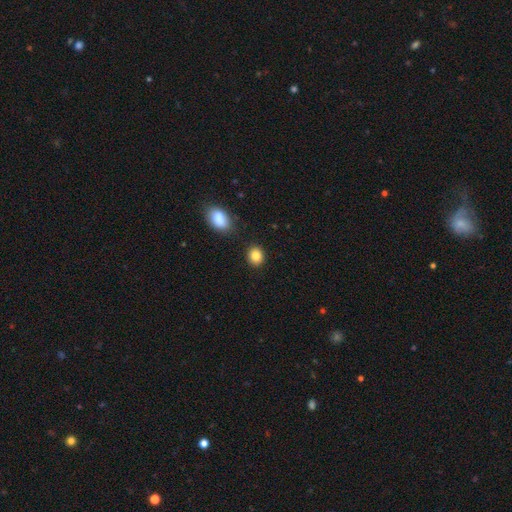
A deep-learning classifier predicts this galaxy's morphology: Smooth or featured? smooth (85%)
How rounded? round (63%)
Merging? none (86%)